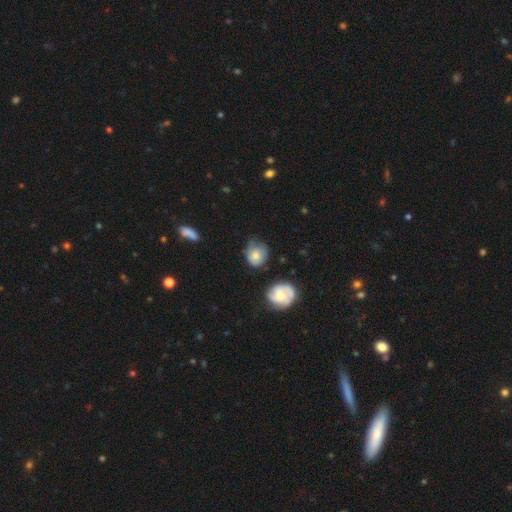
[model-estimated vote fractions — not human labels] Smooth or featured? Predicted: smooth (p=0.69). How rounded? Predicted: round (p=0.73). Merging? Predicted: none (p=0.52).